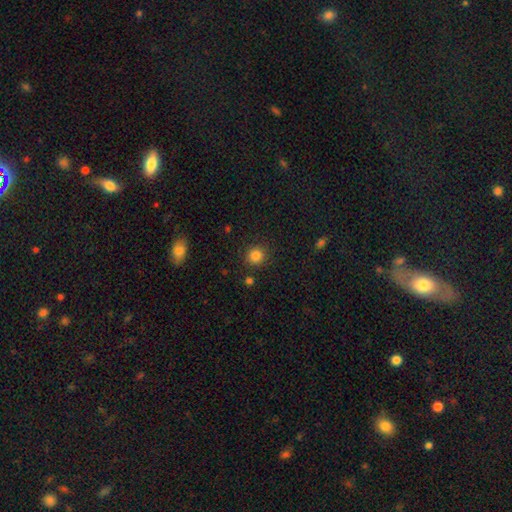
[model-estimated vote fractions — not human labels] Morphology: type=smooth (84%); roundness=round (91%); merging=none (89%).